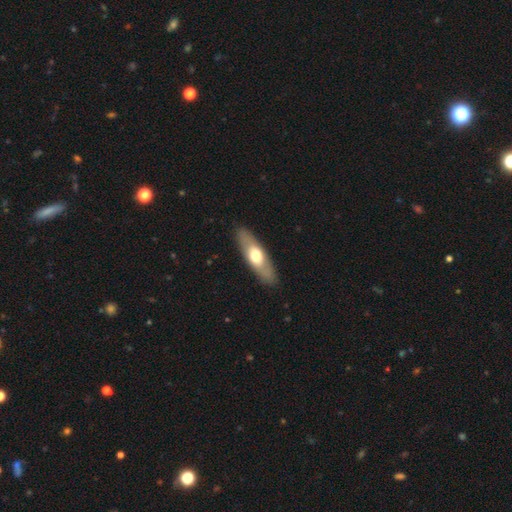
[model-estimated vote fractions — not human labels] Smooth or featured? smooth (54%)
How rounded? in between (49%, tied with cigar-shaped)
Merging? none (88%)